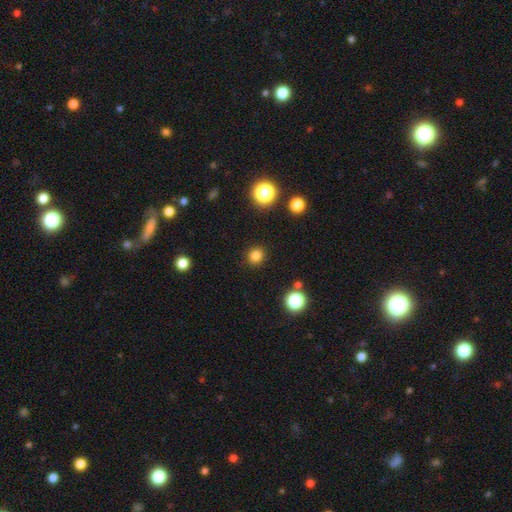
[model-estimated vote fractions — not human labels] Smooth or featured?
  - smooth: 82% *
  - star or artifact: 14%
  - featured or disk: 4%
How rounded?
  - round: 90% *
  - in between: 9%
  - cigar-shaped: 1%
Merging?
  - none: 91% *
  - minor disturbance: 6%
  - major disturbance: 2%
  - merger: 1%